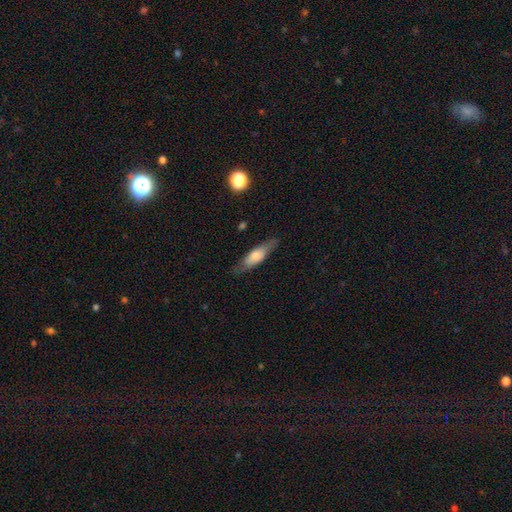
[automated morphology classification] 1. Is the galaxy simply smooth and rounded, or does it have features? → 56% smooth, 38% featured or disk, 6% star or artifact.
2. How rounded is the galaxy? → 59% cigar-shaped, 38% in between, 2% round.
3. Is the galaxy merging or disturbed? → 80% none, 15% minor disturbance, 4% major disturbance, 1% merger.